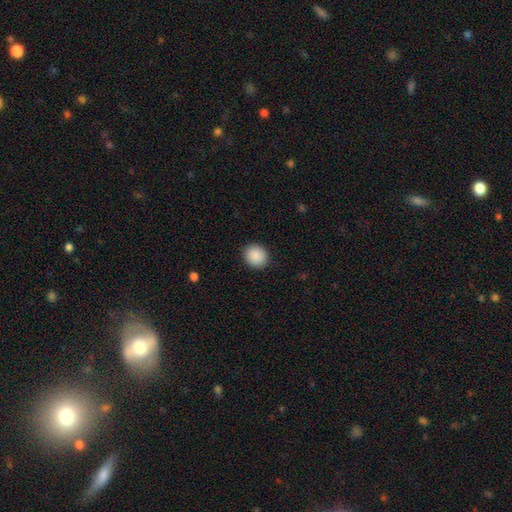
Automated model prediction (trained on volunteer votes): Overall: smooth (90%). How rounded: round (81%). Merging: none (91%).